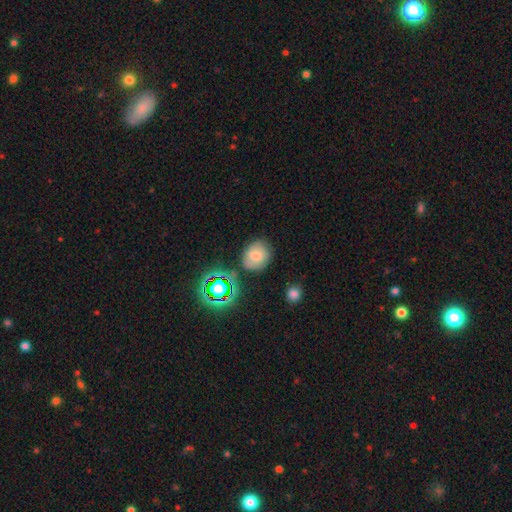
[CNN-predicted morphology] Smooth or featured?
  - smooth: 62% *
  - star or artifact: 20%
  - featured or disk: 18%
How rounded?
  - round: 68% *
  - in between: 31%
  - cigar-shaped: 1%
Merging?
  - none: 75% *
  - minor disturbance: 17%
  - major disturbance: 5%
  - merger: 4%